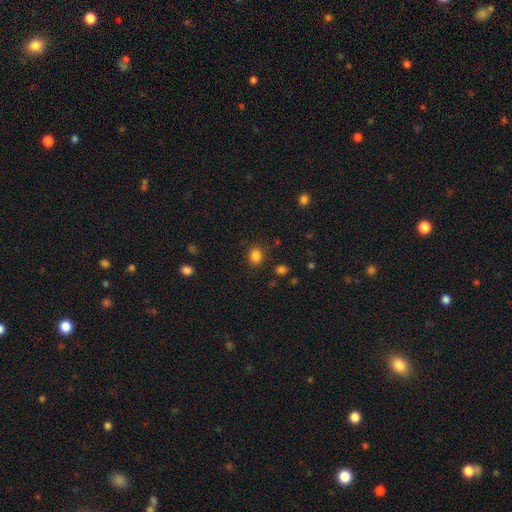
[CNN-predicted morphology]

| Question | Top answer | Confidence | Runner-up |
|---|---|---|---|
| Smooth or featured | smooth | 84% | star or artifact (12%) |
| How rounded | round | 52% | in between (48%) |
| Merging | none | 84% | minor disturbance (10%) |